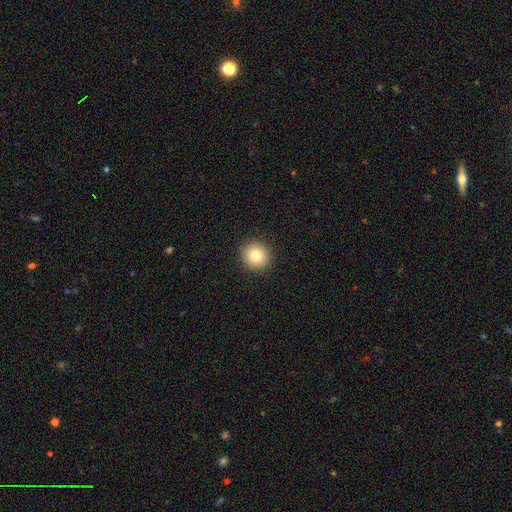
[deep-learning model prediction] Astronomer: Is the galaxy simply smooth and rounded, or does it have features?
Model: smooth — 80%.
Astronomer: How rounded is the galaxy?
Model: round — 94%.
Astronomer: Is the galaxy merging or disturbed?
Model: none — 92%.